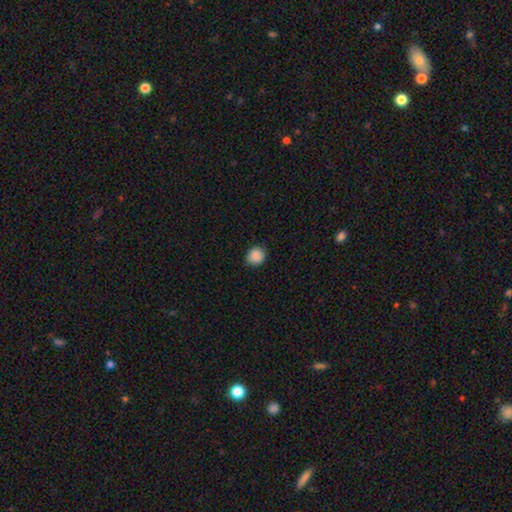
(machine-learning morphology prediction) smooth-or-featured: smooth: 88% | star or artifact: 9% | featured or disk: 4%
  how-rounded: round: 75% | in between: 24% | cigar-shaped: 1%
  merging: none: 82% | minor disturbance: 14% | major disturbance: 2% | merger: 1%